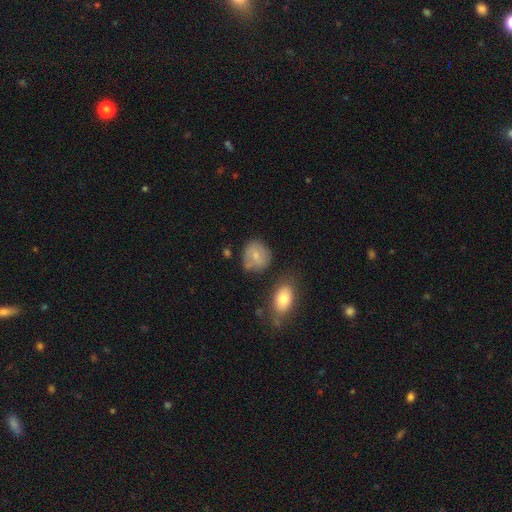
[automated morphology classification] type=smooth (72%); roundness=round (77%); merging=none (63%).